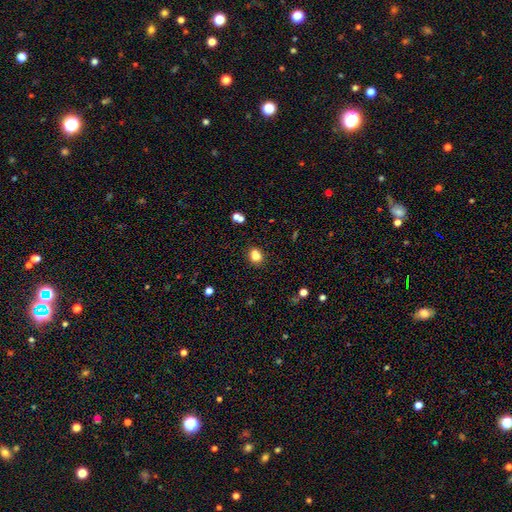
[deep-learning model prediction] Smooth or featured?
  - smooth: 82% *
  - star or artifact: 12%
  - featured or disk: 6%
How rounded?
  - in between: 52% *
  - round: 46%
  - cigar-shaped: 1%
Merging?
  - none: 81% *
  - minor disturbance: 12%
  - merger: 4%
  - major disturbance: 3%